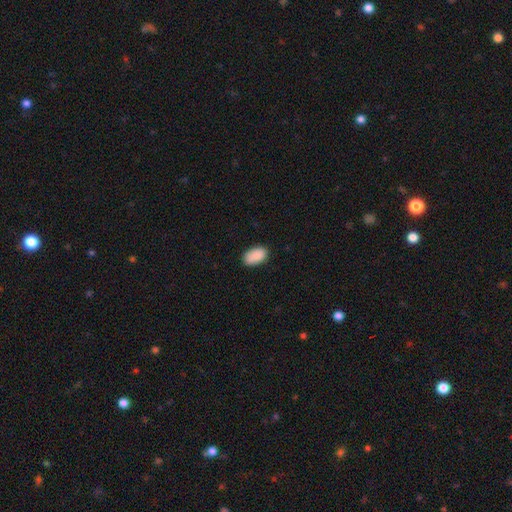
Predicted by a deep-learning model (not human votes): A smooth galaxy with no disk features (90%) that is in between round and cigar-shaped (94%).

Vote fractions:
- Smooth or featured? smooth: 90% / star or artifact: 7% / featured or disk: 3%
- How rounded? in between: 94% / round: 4% / cigar-shaped: 1%
- Merging? none: 84% / minor disturbance: 13% / major disturbance: 2% / merger: 1%